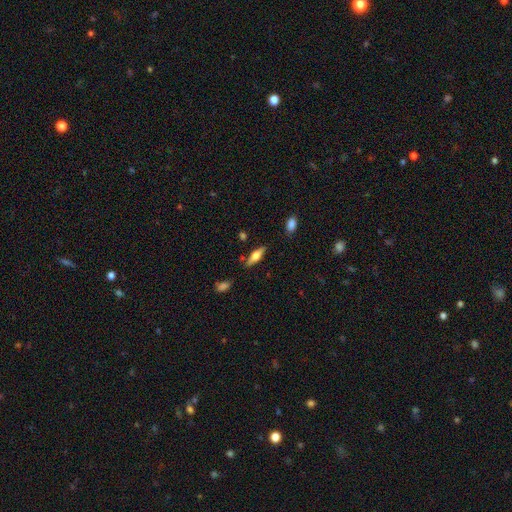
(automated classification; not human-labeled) Smooth or featured?
  - smooth: 51% *
  - featured or disk: 42%
  - star or artifact: 7%
How rounded?
  - in between: 50% *
  - cigar-shaped: 48%
  - round: 2%
Merging?
  - none: 81% *
  - minor disturbance: 13%
  - merger: 3%
  - major disturbance: 3%